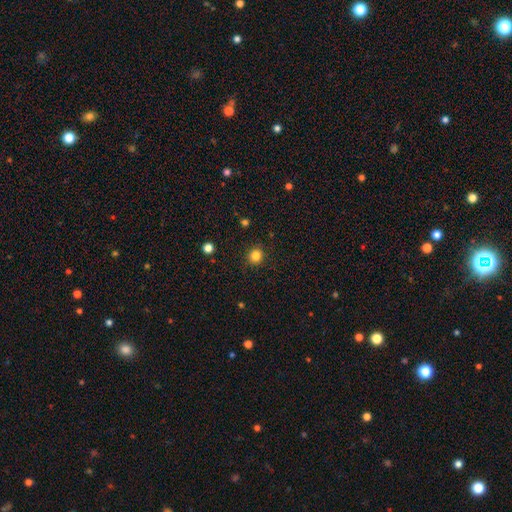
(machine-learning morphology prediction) type=smooth (83%); roundness=round (89%); merging=none (89%).